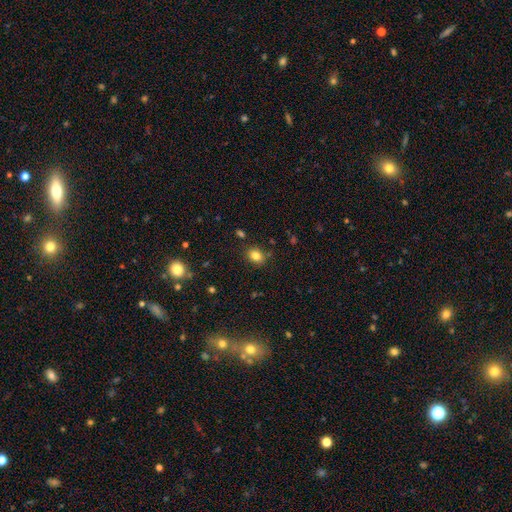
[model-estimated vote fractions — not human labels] Smooth or featured: smooth — 82% (star or artifact — 12%)
How rounded: round — 55% (in between — 44%)
Merging: none — 83% (minor disturbance — 11%)